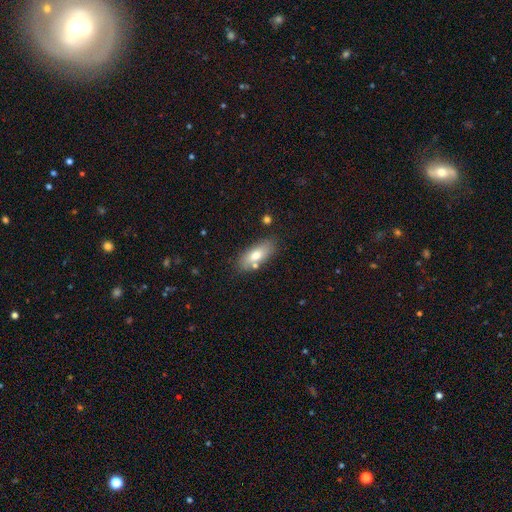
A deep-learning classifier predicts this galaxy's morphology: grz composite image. It shows a smooth galaxy with no disk features (73%) that is in between round and cigar-shaped (81%). Merging: none (77%).